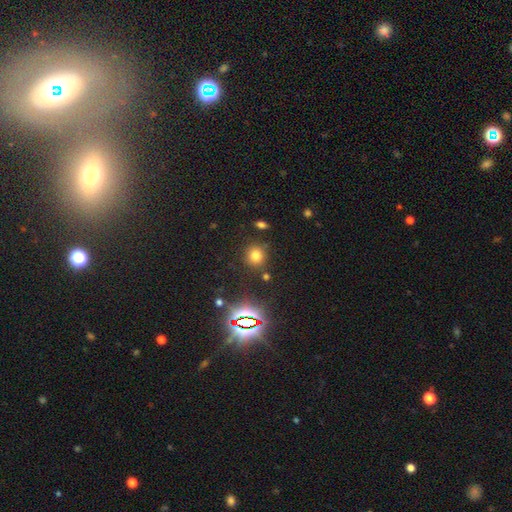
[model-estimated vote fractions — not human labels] Smooth or featured?
  - smooth: 71% *
  - star or artifact: 22%
  - featured or disk: 7%
How rounded?
  - round: 89% *
  - in between: 10%
  - cigar-shaped: 1%
Merging?
  - none: 83% *
  - minor disturbance: 9%
  - merger: 5%
  - major disturbance: 3%